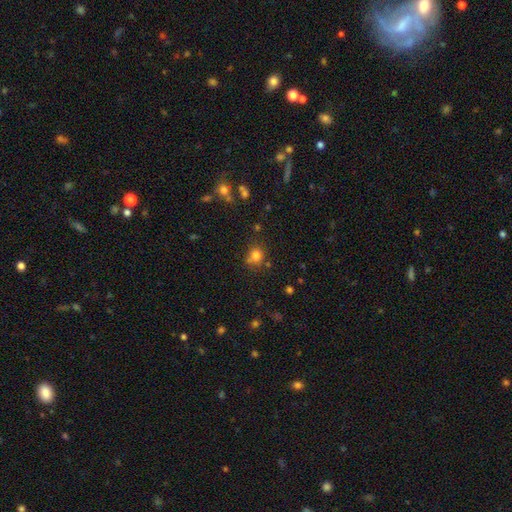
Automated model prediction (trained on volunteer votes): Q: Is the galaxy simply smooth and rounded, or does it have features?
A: smooth — 77%.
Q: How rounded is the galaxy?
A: round — 80%.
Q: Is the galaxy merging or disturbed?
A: none — 66%.